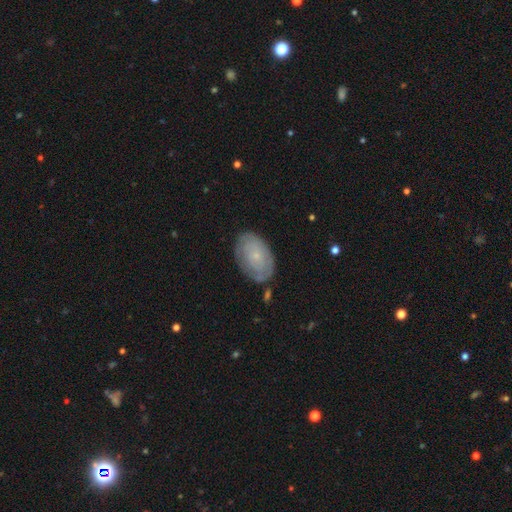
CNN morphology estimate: A featured or disk galaxy (48%).

Vote fractions:
- Smooth or featured? featured or disk: 48% / smooth: 44% / star or artifact: 7%
- Merging? none: 75% / minor disturbance: 18% / major disturbance: 5% / merger: 2%